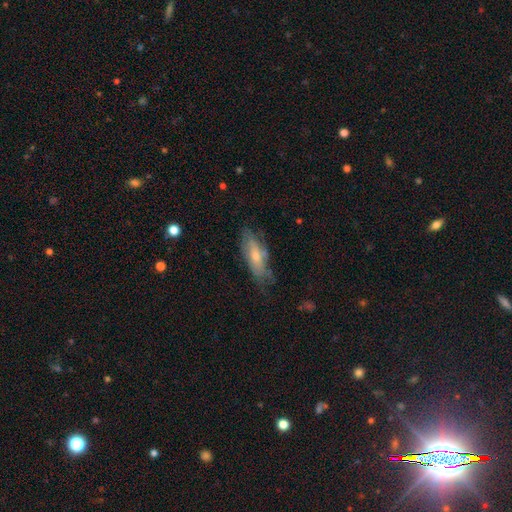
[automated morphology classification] This is possibly a featured or disk galaxy (47%). Merging: likely none (64%).